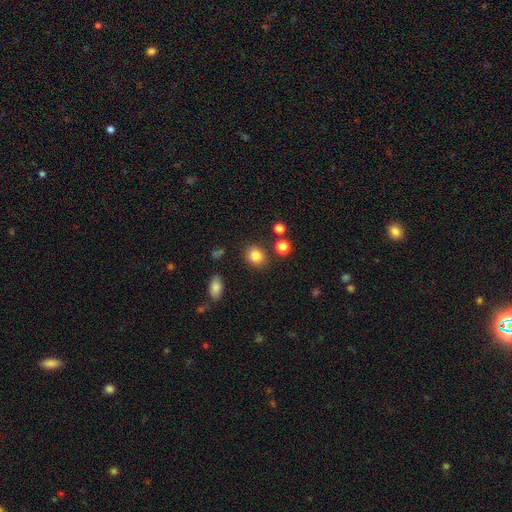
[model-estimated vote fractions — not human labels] smooth_or_featured: smooth (p=0.83) [alt: star or artifact p=0.11]
how_rounded: round (p=0.71) [alt: in between p=0.28]
merging: none (p=0.81) [alt: minor disturbance p=0.11]